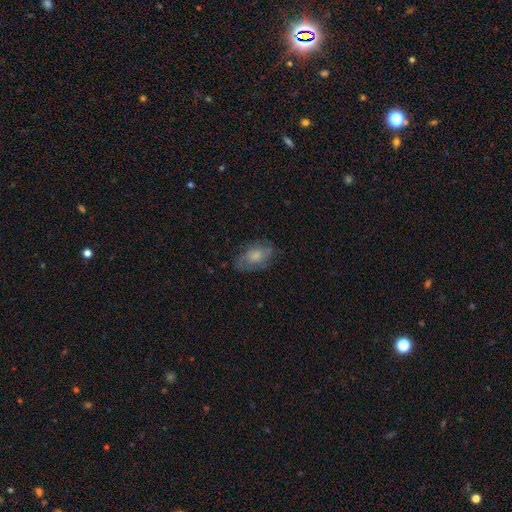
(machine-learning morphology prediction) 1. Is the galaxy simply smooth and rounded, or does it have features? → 54% smooth, 38% featured or disk, 8% star or artifact.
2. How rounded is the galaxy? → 89% in between, 8% round, 3% cigar-shaped.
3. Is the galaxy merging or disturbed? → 69% none, 22% minor disturbance, 8% major disturbance, 1% merger.